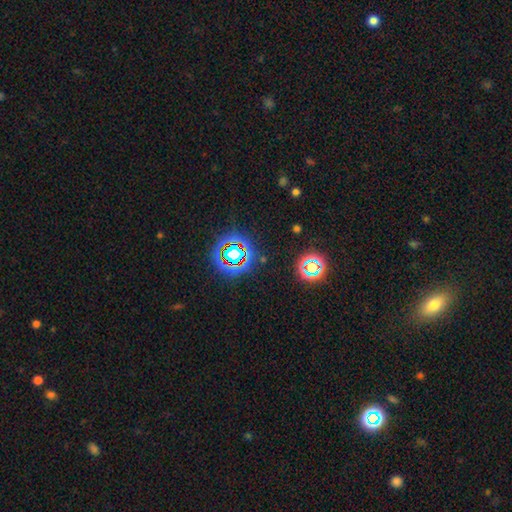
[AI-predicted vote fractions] This appears to be a star or artifact, not a galaxy (71%).